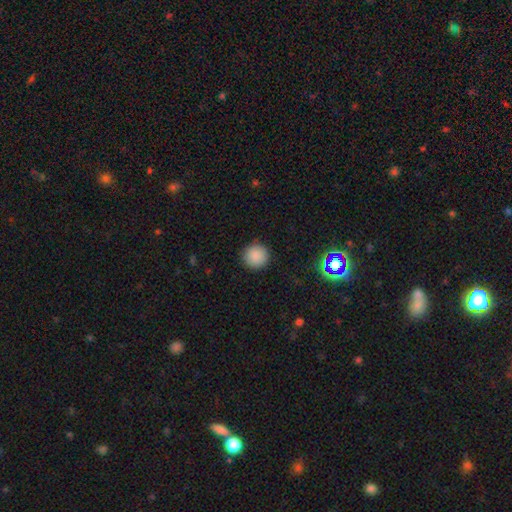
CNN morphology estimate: smooth_or_featured: smooth (p=0.87) [alt: star or artifact p=0.10]
how_rounded: round (p=0.94) [alt: in between p=0.05]
merging: none (p=0.90) [alt: minor disturbance p=0.07]